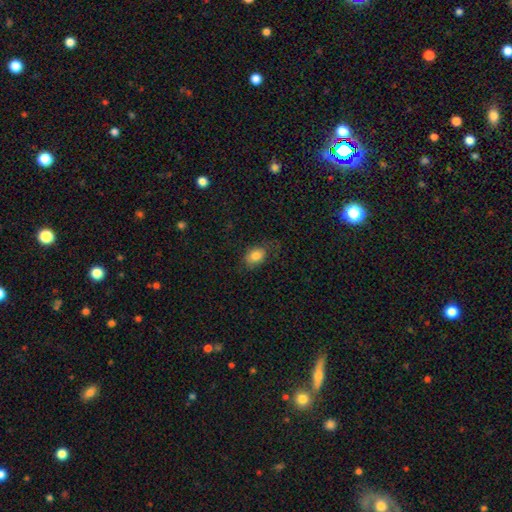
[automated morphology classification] smooth_or_featured: smooth (p=0.81) [alt: featured or disk p=0.10]
how_rounded: in between (p=0.70) [alt: round p=0.28]
merging: none (p=0.66) [alt: minor disturbance p=0.22]